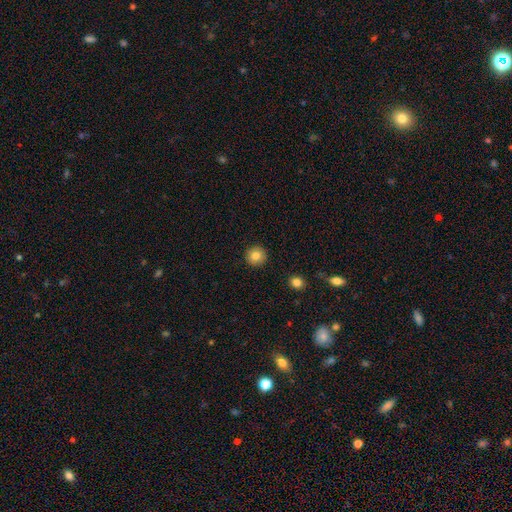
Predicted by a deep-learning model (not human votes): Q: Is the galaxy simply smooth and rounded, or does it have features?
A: smooth — 83%.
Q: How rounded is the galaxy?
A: round — 94%.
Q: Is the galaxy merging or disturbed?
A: none — 92%.